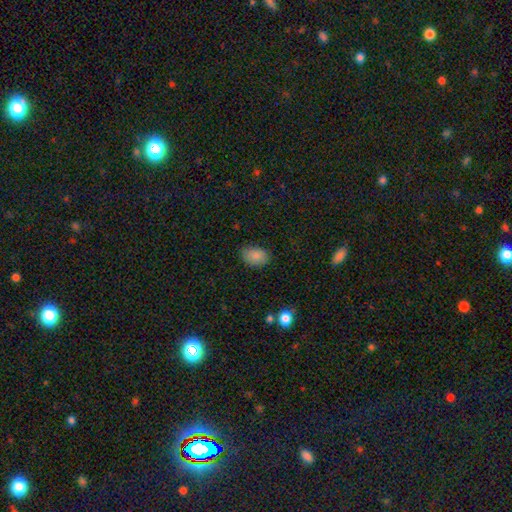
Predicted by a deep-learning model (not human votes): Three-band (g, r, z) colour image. It shows a smooth galaxy with no disk features (86%) that is in between round and cigar-shaped (82%). Merging: none (79%).